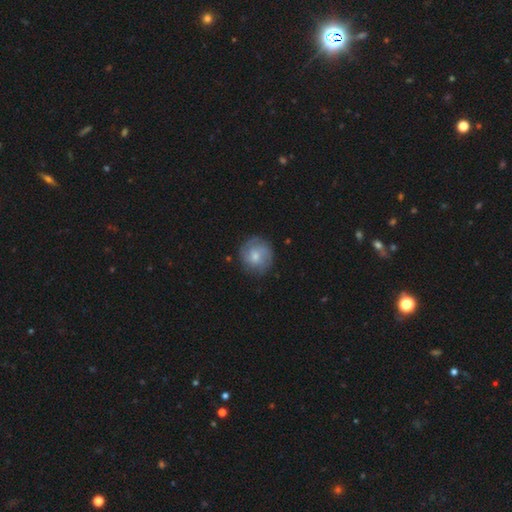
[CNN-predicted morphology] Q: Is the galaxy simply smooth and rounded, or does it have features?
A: smooth — 52%.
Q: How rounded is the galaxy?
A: round — 91%.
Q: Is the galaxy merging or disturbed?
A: none — 78%.